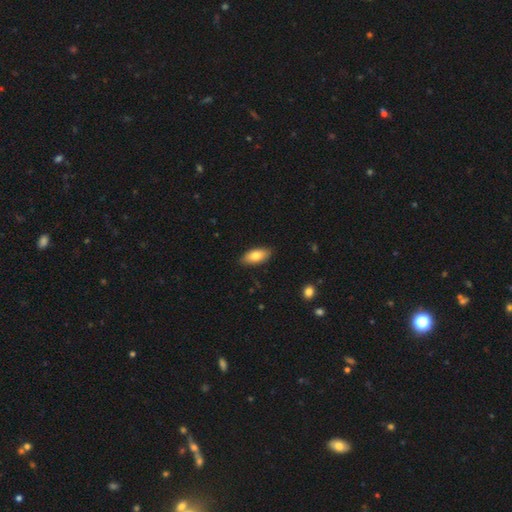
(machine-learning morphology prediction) A smooth galaxy with no disk features (79%) that is in between round and cigar-shaped (89%).

Vote fractions:
- Smooth or featured? smooth: 79% / featured or disk: 15% / star or artifact: 6%
- How rounded? in between: 89% / cigar-shaped: 8% / round: 3%
- Merging? none: 86% / minor disturbance: 11% / major disturbance: 2% / merger: 1%